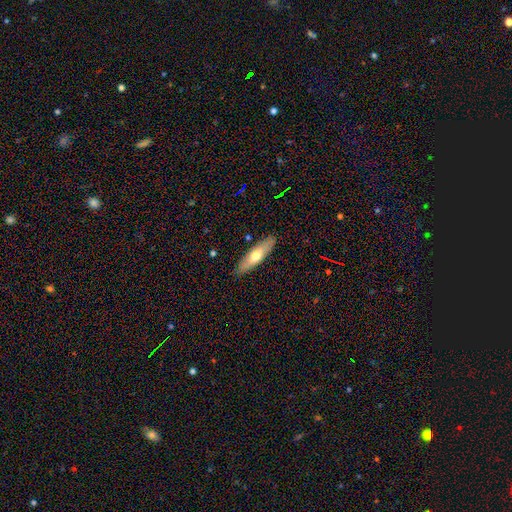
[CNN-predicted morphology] A smooth galaxy with no disk features (54%) that is cigar-shaped (63%).

Vote fractions:
- Smooth or featured? smooth: 54% / featured or disk: 40% / star or artifact: 6%
- How rounded? cigar-shaped: 63% / in between: 36% / round: 2%
- Merging? none: 88% / minor disturbance: 9% / major disturbance: 2% / merger: 1%